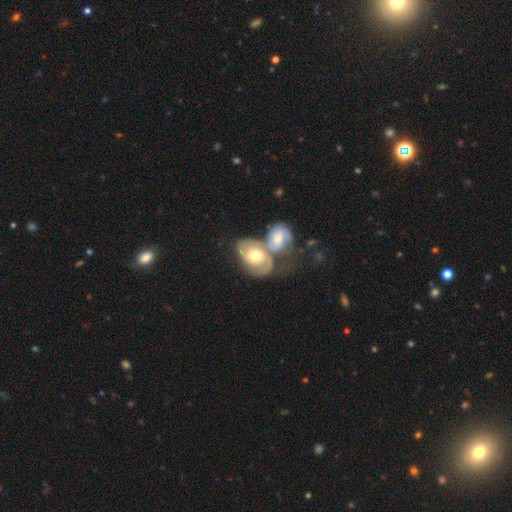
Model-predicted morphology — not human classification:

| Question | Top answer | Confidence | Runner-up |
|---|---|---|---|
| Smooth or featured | featured or disk | 70% | smooth (24%) |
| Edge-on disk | no | 95% | yes (5%) |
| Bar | no | 57% | weak (34%) |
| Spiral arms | yes | 88% | no (12%) |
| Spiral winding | medium | 45% | tight (39%) |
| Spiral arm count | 2 | 75% | can't tell (14%) |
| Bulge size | moderate | 69% | small (22%) |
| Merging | merger | 62% | none (23%) |